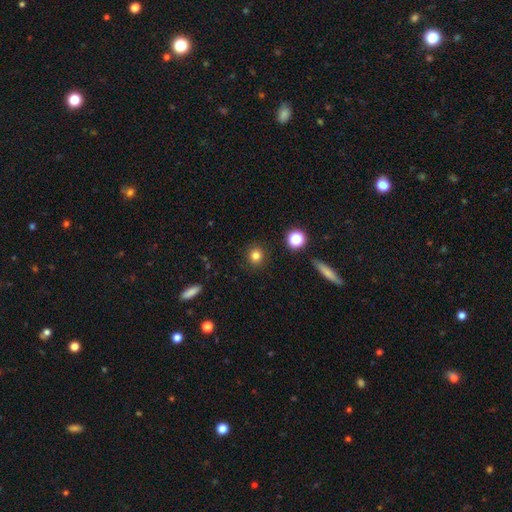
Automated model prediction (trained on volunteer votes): This is clearly a smooth galaxy (80%). How rounded: clearly round (90%). Merging: clearly none (90%).